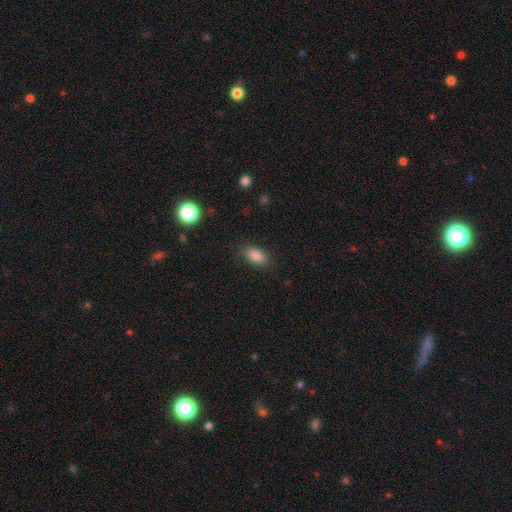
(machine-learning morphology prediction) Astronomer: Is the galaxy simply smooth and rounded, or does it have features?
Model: smooth — 86%.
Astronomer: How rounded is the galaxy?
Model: in between — 89%.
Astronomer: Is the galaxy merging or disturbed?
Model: none — 85%.